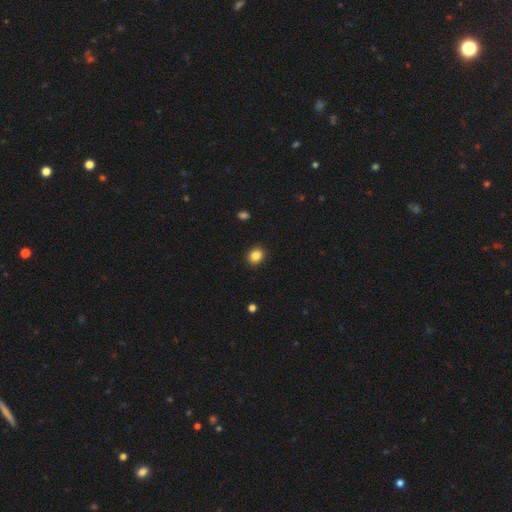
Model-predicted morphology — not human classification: Smooth or featured? smooth (86%)
How rounded? round (65%)
Merging? none (91%)